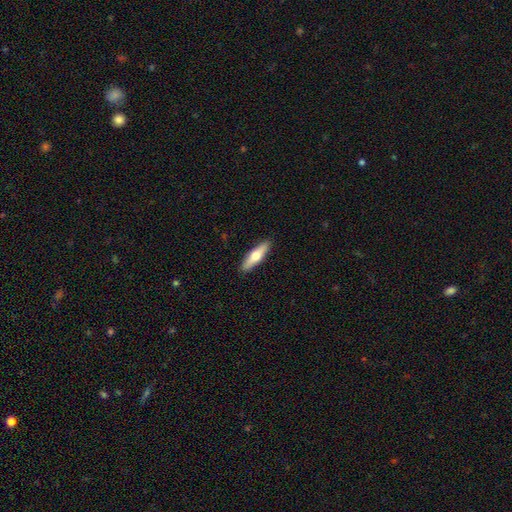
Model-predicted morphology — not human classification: Smooth or featured?
  - smooth: 59% *
  - featured or disk: 36%
  - star or artifact: 5%
How rounded?
  - cigar-shaped: 67% *
  - in between: 31%
  - round: 2%
Merging?
  - none: 91% *
  - minor disturbance: 7%
  - major disturbance: 1%
  - merger: 1%